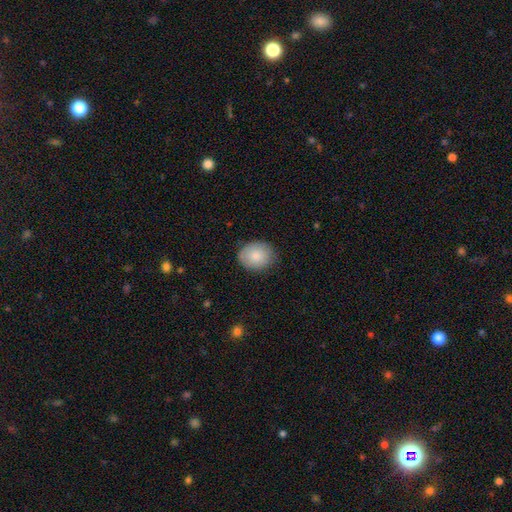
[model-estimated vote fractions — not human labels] smooth 84%, featured or disk 9%, star or artifact 7%. Down the decision tree: how rounded — round (60%); merging — none (82%).